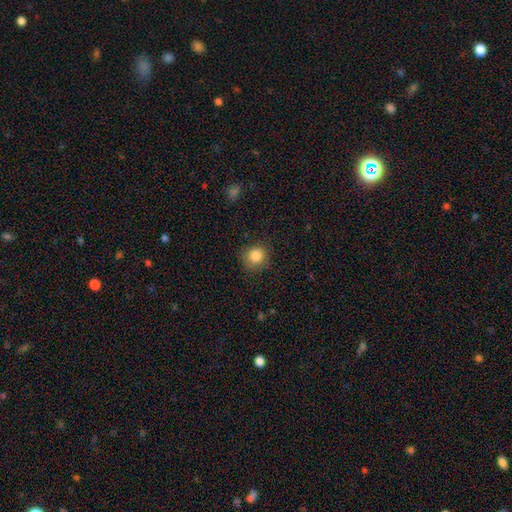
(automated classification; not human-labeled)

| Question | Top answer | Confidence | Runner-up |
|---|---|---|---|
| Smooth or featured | smooth | 85% | star or artifact (10%) |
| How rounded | round | 89% | in between (10%) |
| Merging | none | 83% | minor disturbance (13%) |